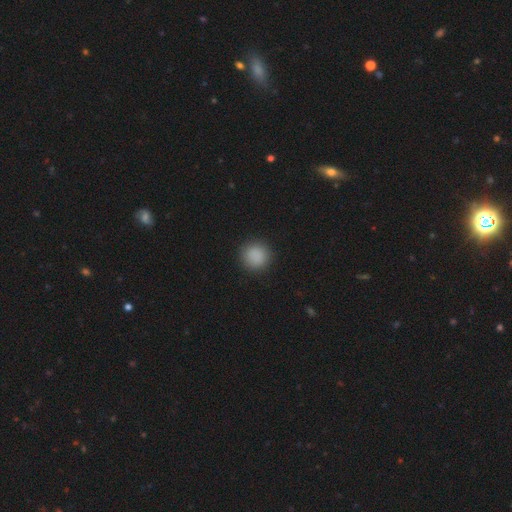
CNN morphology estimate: smooth_or_featured: smooth (p=0.88) [alt: star or artifact p=0.09]
how_rounded: round (p=0.93) [alt: in between p=0.06]
merging: none (p=0.91) [alt: minor disturbance p=0.06]